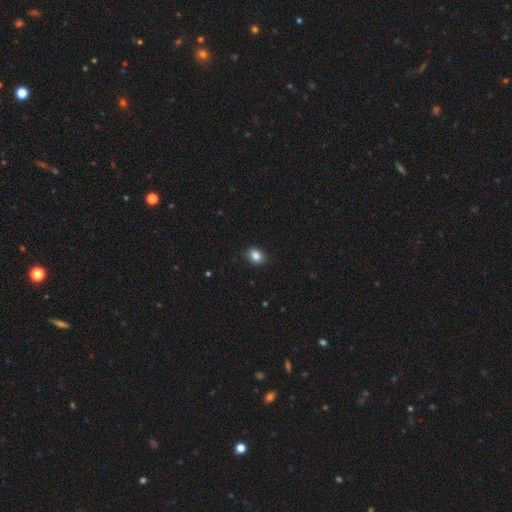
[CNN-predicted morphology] smooth 86%, star or artifact 9%, featured or disk 5%. Down the decision tree: how rounded — in between (66%); merging — none (86%).